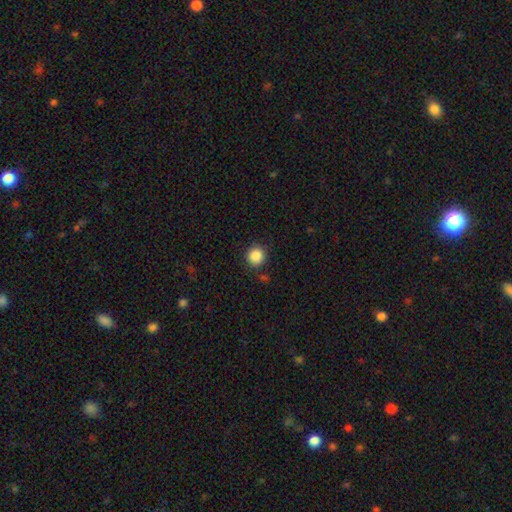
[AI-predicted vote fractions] Morphology: type=smooth (87%); roundness=round (92%); merging=none (86%).